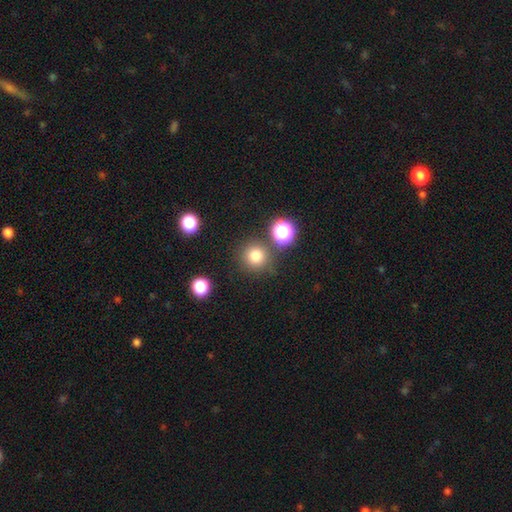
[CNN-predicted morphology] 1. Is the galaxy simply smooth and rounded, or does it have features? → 77% smooth, 16% star or artifact, 6% featured or disk.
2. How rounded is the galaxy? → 94% round, 5% in between, 1% cigar-shaped.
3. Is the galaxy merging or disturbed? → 81% none, 9% minor disturbance, 7% merger, 3% major disturbance.